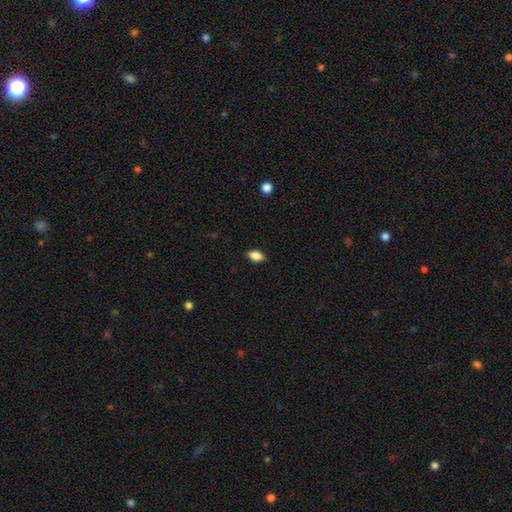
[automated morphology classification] This appears to be a smooth galaxy with no disk features (86%) that is in between round and cigar-shaped (90%). Merging: none (88%).